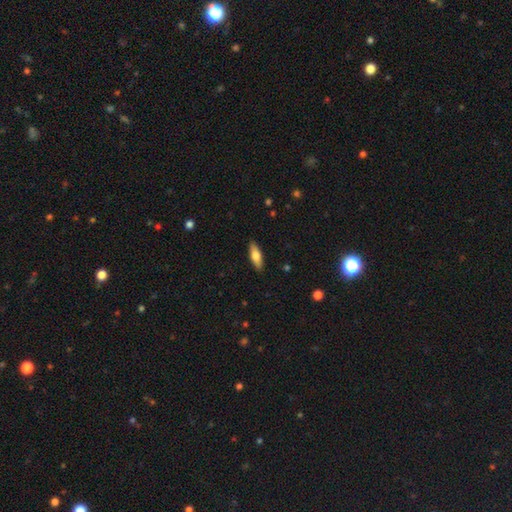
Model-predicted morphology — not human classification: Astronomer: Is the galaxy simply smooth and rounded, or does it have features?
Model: smooth — 71%.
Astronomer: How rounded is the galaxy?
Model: in between — 58% (runner-up: cigar-shaped, 40%).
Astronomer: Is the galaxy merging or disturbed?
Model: none — 89%.